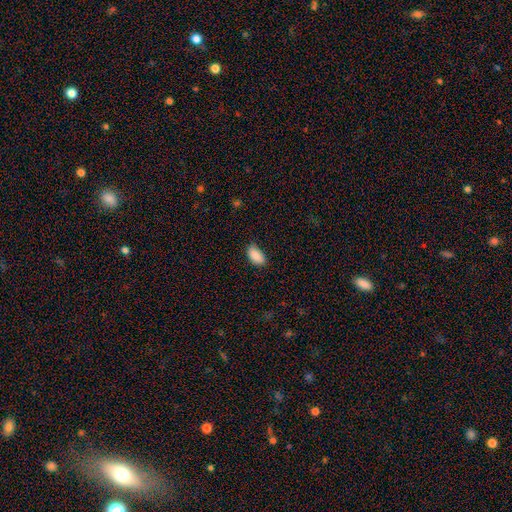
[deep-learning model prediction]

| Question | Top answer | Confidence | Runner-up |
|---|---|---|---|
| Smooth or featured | smooth | 90% | star or artifact (7%) |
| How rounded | in between | 94% | round (3%) |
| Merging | none | 78% | minor disturbance (17%) |